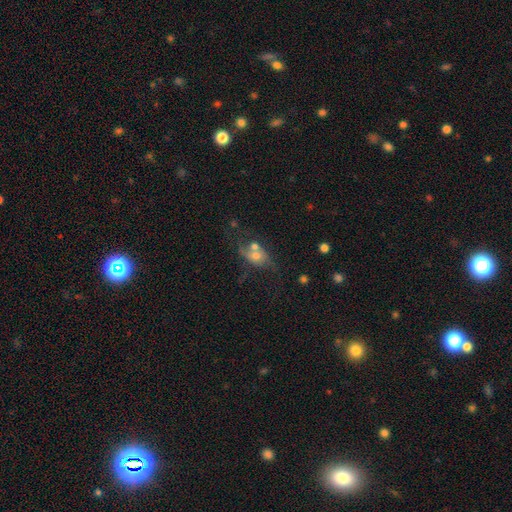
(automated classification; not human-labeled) This appears to be a smooth galaxy with no disk features (43%). Merging: none (34%).